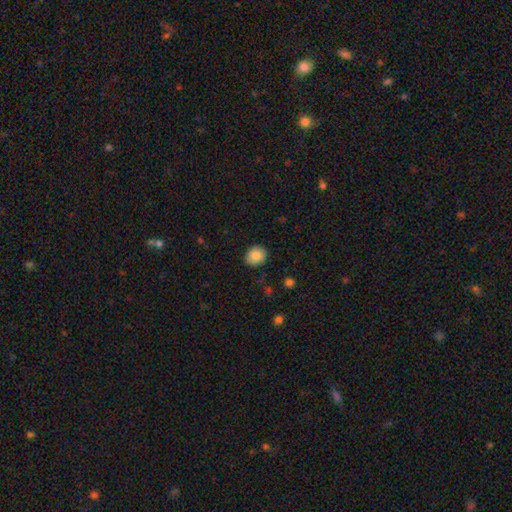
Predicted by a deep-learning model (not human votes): This appears to be a smooth galaxy with no disk features (86%) that is round (70%). Merging: none (87%).